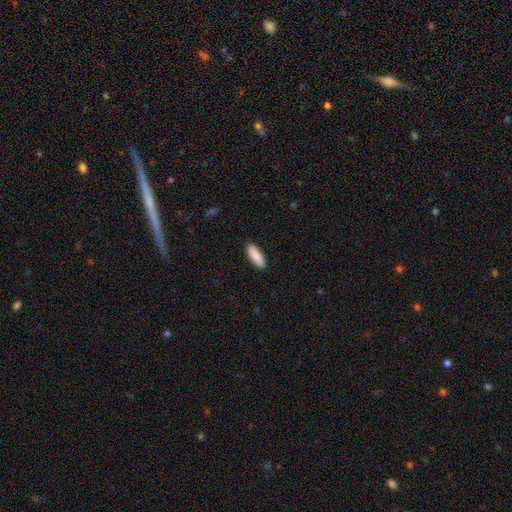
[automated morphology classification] type=smooth (89%); roundness=in between (52%); merging=none (90%).